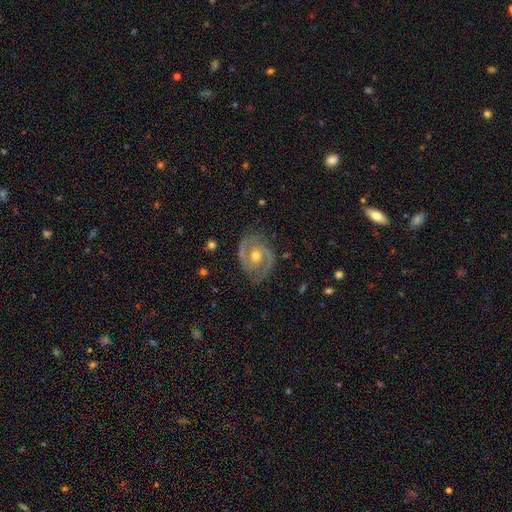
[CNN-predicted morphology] Smooth or featured? featured or disk (90%)
Edge-on disk? no (98%)
Bar? no (50%)
Spiral arms? yes (97%)
Spiral winding? medium (51%)
Spiral arm count? 2 (93%)
Bulge size? moderate (71%)
Merging? none (84%)